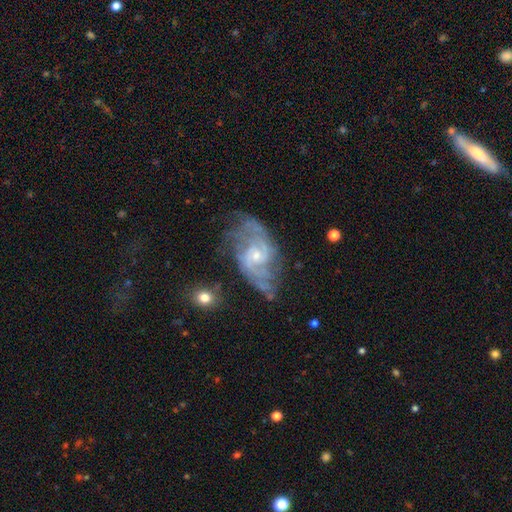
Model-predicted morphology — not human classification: Q: Smooth or featured?
A: featured or disk (86%); runner-up: smooth (7%)
Q: Edge-on disk?
A: no (96%); runner-up: yes (4%)
Q: Bar?
A: no (56%); runner-up: weak (37%)
Q: Spiral arms?
A: yes (95%); runner-up: no (5%)
Q: Spiral winding?
A: medium (47%); runner-up: tight (34%)
Q: Spiral arm count?
A: 2 (57%); runner-up: can't tell (20%)
Q: Bulge size?
A: small (67%); runner-up: moderate (29%)
Q: Merging?
A: none (60%); runner-up: minor disturbance (24%)